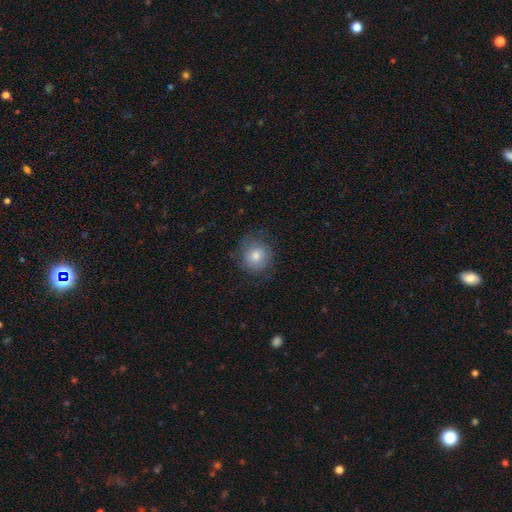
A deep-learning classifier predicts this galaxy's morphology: Q: Smooth or featured?
A: smooth (69%); runner-up: featured or disk (20%)
Q: How rounded?
A: round (89%); runner-up: in between (10%)
Q: Merging?
A: none (76%); runner-up: minor disturbance (16%)